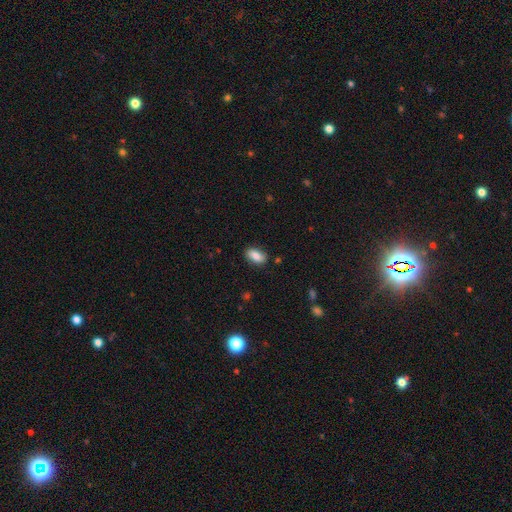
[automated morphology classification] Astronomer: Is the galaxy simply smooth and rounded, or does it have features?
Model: smooth — 81%.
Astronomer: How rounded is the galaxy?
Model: in between — 91%.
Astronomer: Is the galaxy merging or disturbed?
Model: none — 85%.